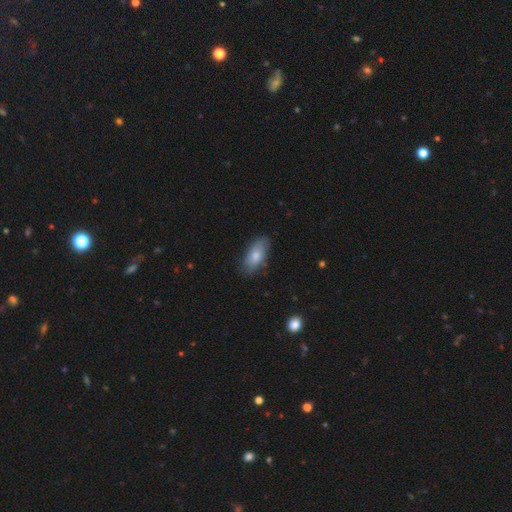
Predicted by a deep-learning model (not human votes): Smooth or featured?
  - smooth: 75% *
  - featured or disk: 19%
  - star or artifact: 6%
How rounded?
  - in between: 89% *
  - cigar-shaped: 7%
  - round: 3%
Merging?
  - none: 75% *
  - minor disturbance: 20%
  - major disturbance: 4%
  - merger: 1%